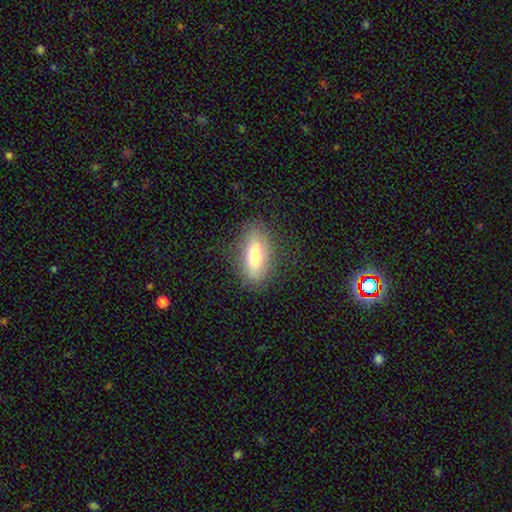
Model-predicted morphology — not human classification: A smooth galaxy with no disk features (72%) that is in between round and cigar-shaped (80%).

Vote fractions:
- Smooth or featured? smooth: 72% / featured or disk: 20% / star or artifact: 8%
- How rounded? in between: 80% / cigar-shaped: 16% / round: 4%
- Merging? none: 83% / minor disturbance: 12% / major disturbance: 4% / merger: 1%